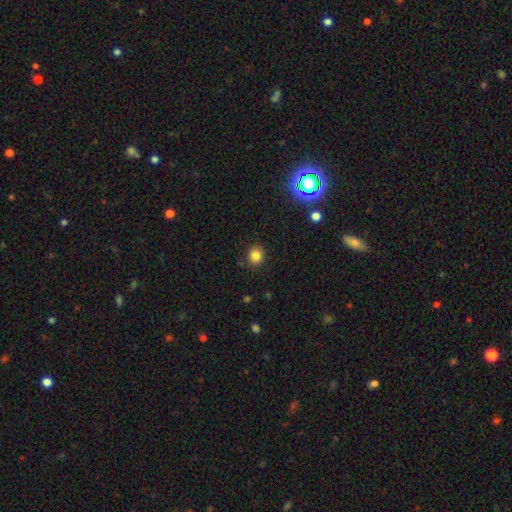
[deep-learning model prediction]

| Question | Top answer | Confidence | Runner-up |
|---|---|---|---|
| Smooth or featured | smooth | 83% | star or artifact (13%) |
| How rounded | round | 78% | in between (21%) |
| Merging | none | 89% | minor disturbance (8%) |